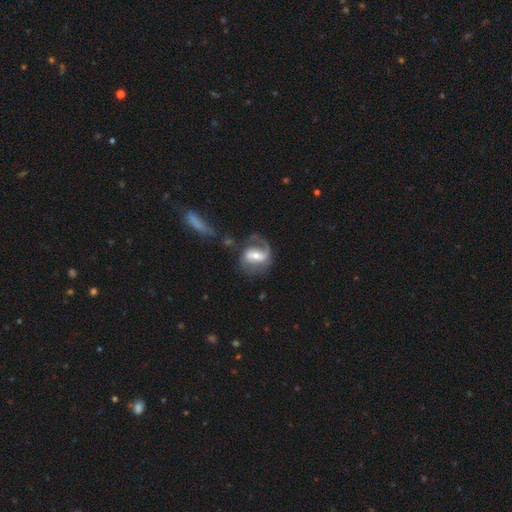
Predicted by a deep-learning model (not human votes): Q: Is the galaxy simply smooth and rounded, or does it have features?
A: featured or disk — 80%.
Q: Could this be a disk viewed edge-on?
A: no — 97%.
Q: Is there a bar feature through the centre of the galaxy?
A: weak — 41%.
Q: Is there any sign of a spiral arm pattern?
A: yes — 92%.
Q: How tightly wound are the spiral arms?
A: medium — 44%.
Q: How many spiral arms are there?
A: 2 — 65%.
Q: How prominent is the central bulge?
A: moderate — 56%.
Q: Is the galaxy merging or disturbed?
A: none — 54%.